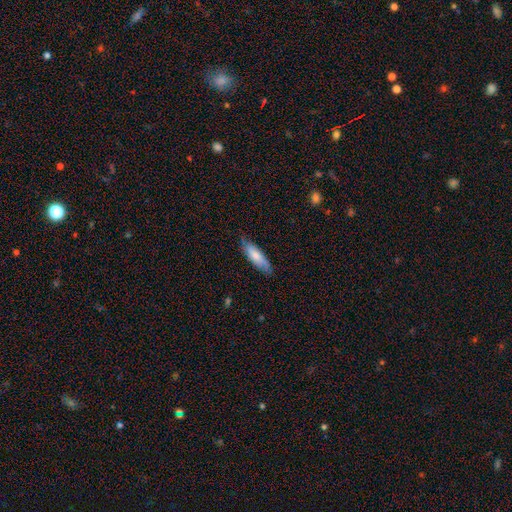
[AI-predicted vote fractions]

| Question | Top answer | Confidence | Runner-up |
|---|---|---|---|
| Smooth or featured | smooth | 75% | featured or disk (20%) |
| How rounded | cigar-shaped | 53% | in between (46%) |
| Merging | none | 75% | minor disturbance (21%) |